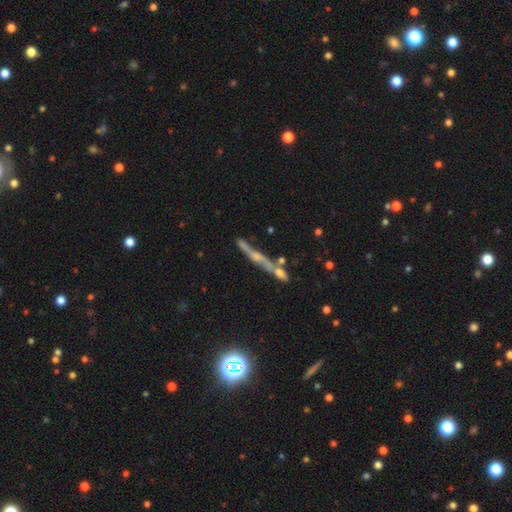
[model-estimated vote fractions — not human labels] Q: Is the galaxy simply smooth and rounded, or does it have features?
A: featured or disk — 66%.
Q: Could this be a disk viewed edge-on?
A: yes — 82%.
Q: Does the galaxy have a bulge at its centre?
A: rounded — 59%.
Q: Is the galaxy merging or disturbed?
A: none — 52%.